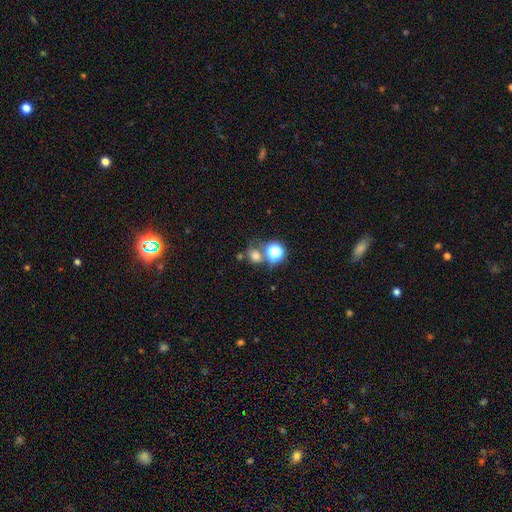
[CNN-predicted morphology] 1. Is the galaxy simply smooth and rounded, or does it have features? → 67% smooth, 24% star or artifact, 9% featured or disk.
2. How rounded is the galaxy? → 71% round, 28% in between, 1% cigar-shaped.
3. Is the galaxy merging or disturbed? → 55% none, 27% merger, 11% minor disturbance, 6% major disturbance.